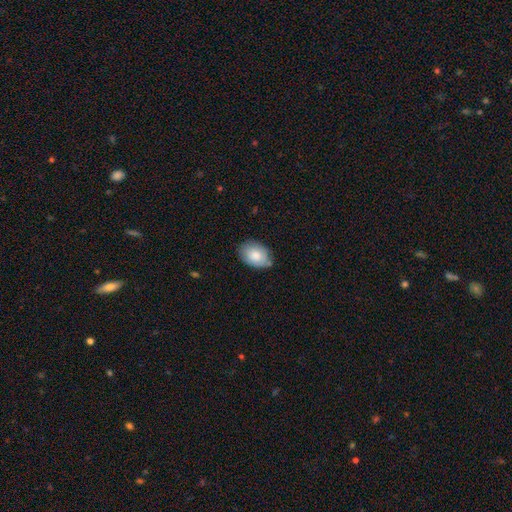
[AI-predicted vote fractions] A smooth galaxy with no disk features (80%) that is in between round and cigar-shaped (83%). Merging: none (72%).